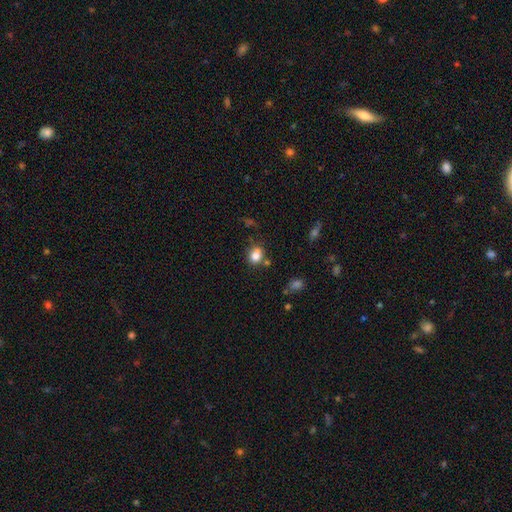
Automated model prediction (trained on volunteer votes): Smooth or featured?
  - smooth: 83% *
  - star or artifact: 11%
  - featured or disk: 7%
How rounded?
  - round: 50% *
  - in between: 49%
  - cigar-shaped: 1%
Merging?
  - none: 67% *
  - minor disturbance: 18%
  - merger: 10%
  - major disturbance: 5%